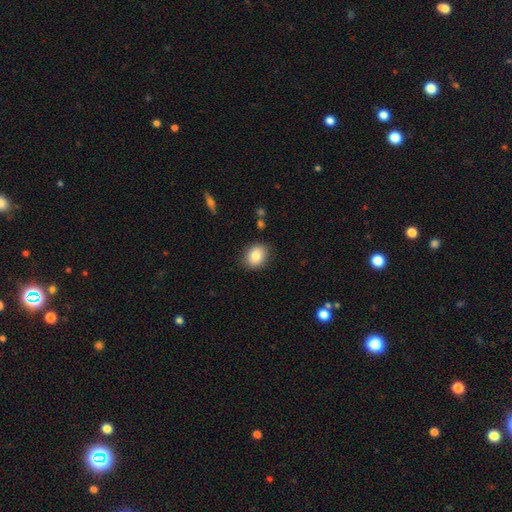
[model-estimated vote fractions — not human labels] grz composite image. It shows a smooth galaxy with no disk features (83%) that is round (51%). Merging: none (86%).